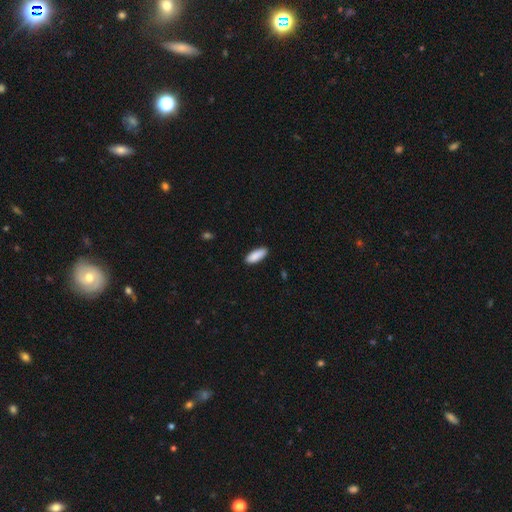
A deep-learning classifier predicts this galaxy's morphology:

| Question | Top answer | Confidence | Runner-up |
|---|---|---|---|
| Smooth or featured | smooth | 90% | star or artifact (6%) |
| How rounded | in between | 71% | cigar-shaped (28%) |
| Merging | none | 89% | minor disturbance (9%) |